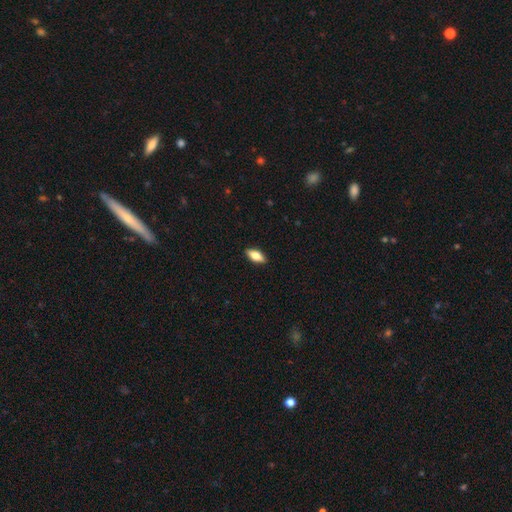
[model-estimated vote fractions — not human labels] Smooth or featured? smooth (72%)
How rounded? in between (80%)
Merging? none (90%)